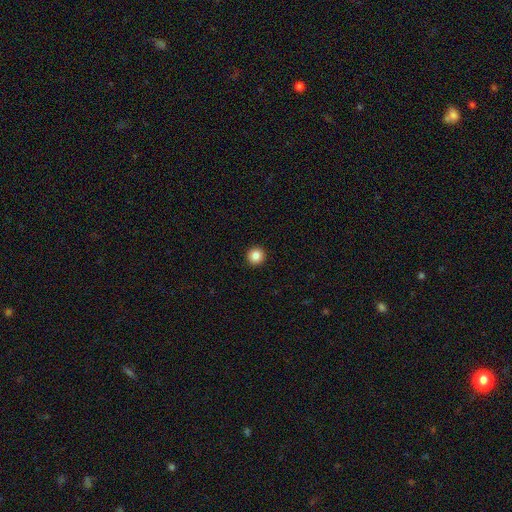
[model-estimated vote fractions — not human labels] This appears to be a smooth galaxy with no disk features (85%) that is round (95%). Merging: none (94%).